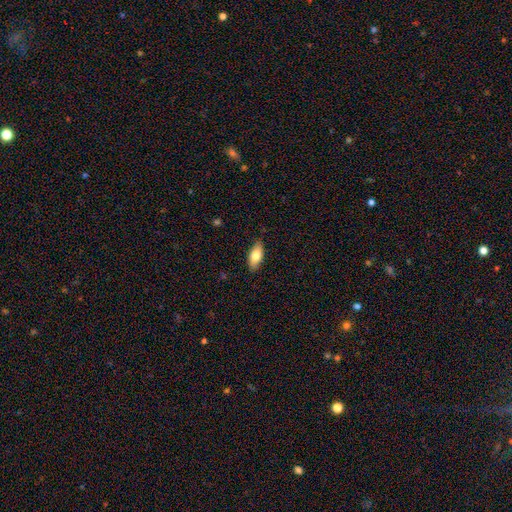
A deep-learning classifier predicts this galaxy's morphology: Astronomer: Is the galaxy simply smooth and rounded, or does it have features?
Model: smooth — 75%.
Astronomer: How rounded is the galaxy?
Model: in between — 83%.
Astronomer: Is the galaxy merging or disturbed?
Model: none — 86%.